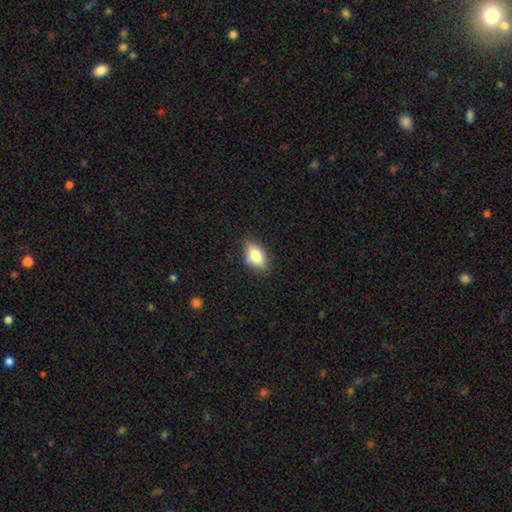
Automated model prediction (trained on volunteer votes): Q: Smooth or featured?
A: smooth (76%); runner-up: featured or disk (16%)
Q: How rounded?
A: in between (87%); runner-up: round (8%)
Q: Merging?
A: none (80%); runner-up: minor disturbance (16%)